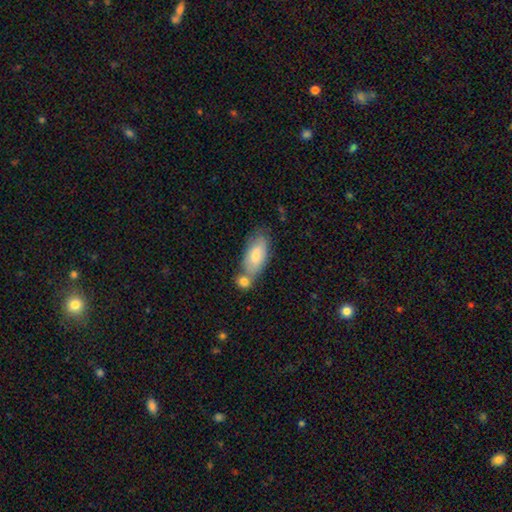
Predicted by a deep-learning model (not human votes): Morphology: type=smooth (71%); roundness=in between (87%); merging=none (45%).